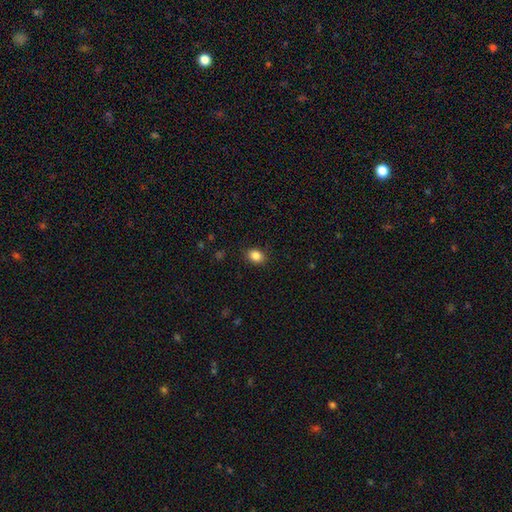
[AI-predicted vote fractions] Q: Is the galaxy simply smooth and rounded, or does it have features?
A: smooth — 86%.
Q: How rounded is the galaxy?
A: in between — 61%.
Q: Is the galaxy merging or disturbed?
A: none — 88%.